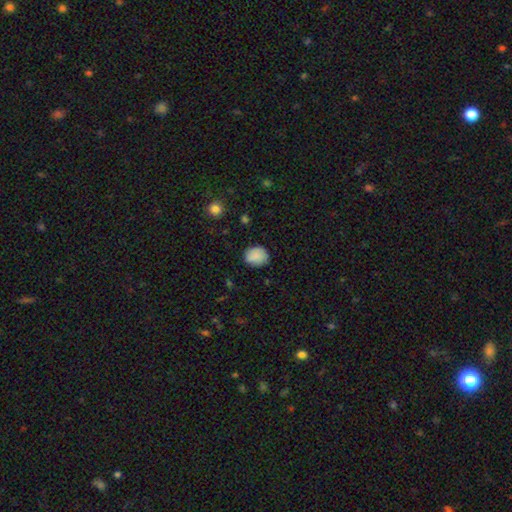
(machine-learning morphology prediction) smooth_or_featured: smooth (p=0.87) [alt: star or artifact p=0.08]
how_rounded: round (p=0.62) [alt: in between p=0.37]
merging: none (p=0.77) [alt: minor disturbance p=0.18]